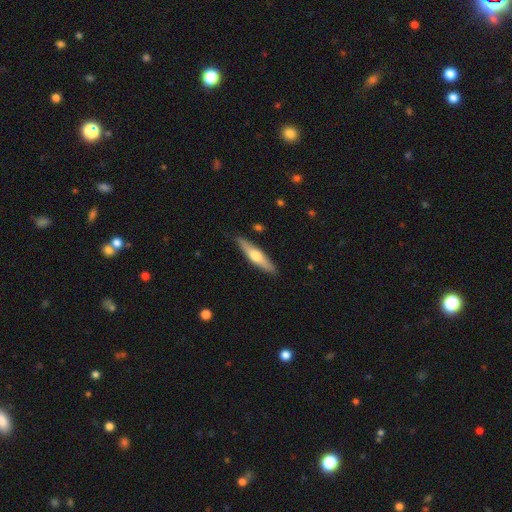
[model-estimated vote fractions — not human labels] Overall: featured or disk (51%; smooth 44%). Edge-on disk: yes (92%). Merging: none (87%).